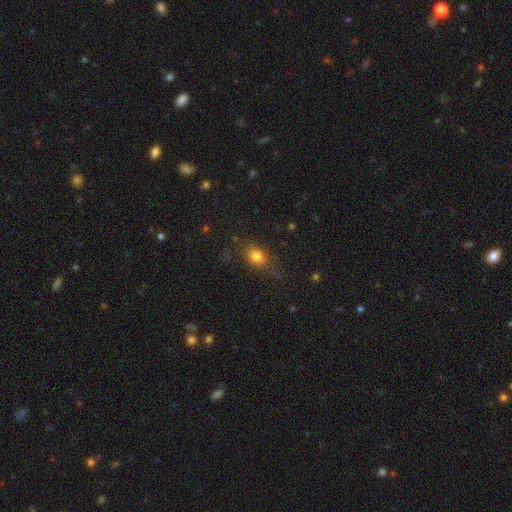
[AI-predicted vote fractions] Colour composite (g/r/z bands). It shows a smooth galaxy with no disk features (76%) that is in between round and cigar-shaped (57%). Merging: none (68%).